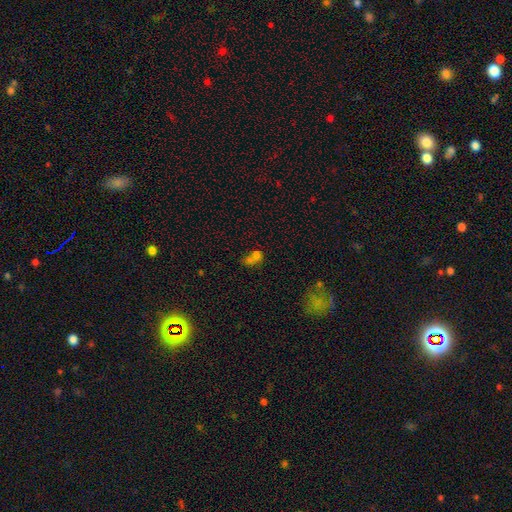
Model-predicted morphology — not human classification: Smooth or featured? smooth (63%)
How rounded? in between (50%)
Merging? merger (55%)